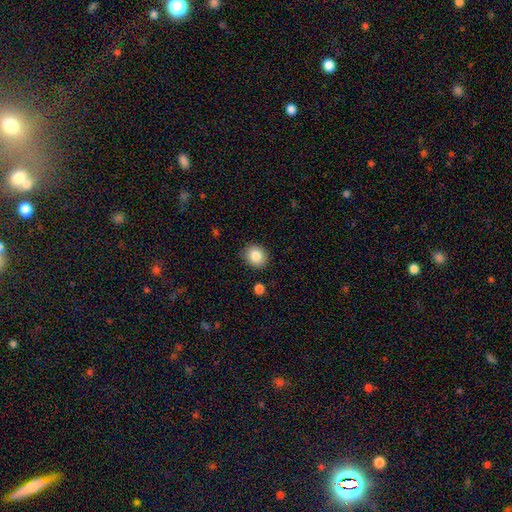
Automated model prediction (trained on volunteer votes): smooth 84%, star or artifact 9%, featured or disk 7%. Down the decision tree: how rounded — round (77%); merging — none (88%).